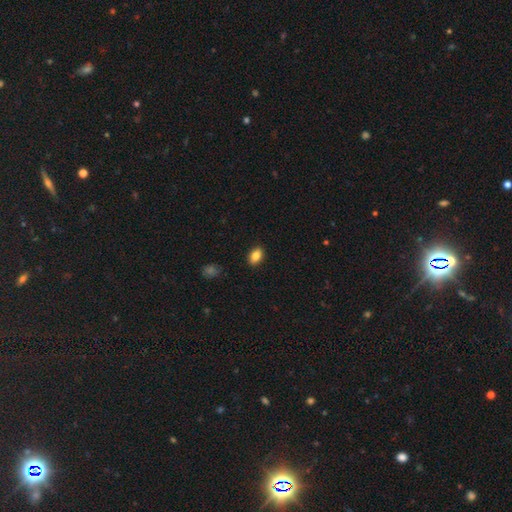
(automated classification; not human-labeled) smooth 85%, star or artifact 9%, featured or disk 7%. Down the decision tree: how rounded — in between (88%); merging — none (89%).